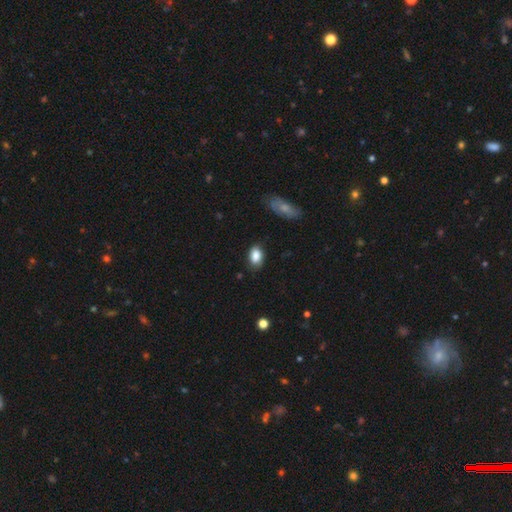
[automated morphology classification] A smooth galaxy with no disk features (86%) that is in between round and cigar-shaped (89%). Merging: none (77%).